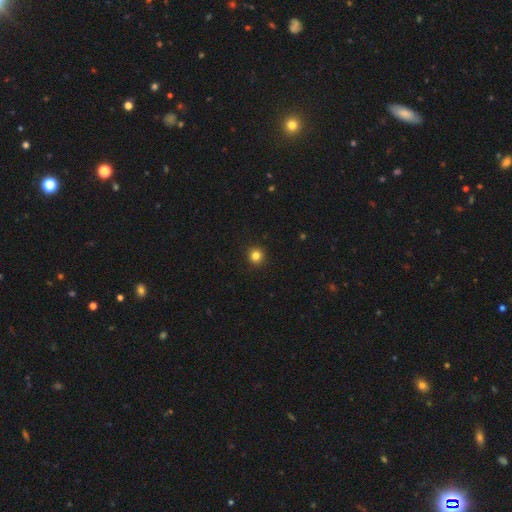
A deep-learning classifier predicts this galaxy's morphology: A smooth galaxy with no disk features (83%) that is round (94%).

Vote fractions:
- Smooth or featured? smooth: 83% / star or artifact: 12% / featured or disk: 4%
- How rounded? round: 94% / in between: 5% / cigar-shaped: 1%
- Merging? none: 93% / minor disturbance: 4% / major disturbance: 2% / merger: 1%